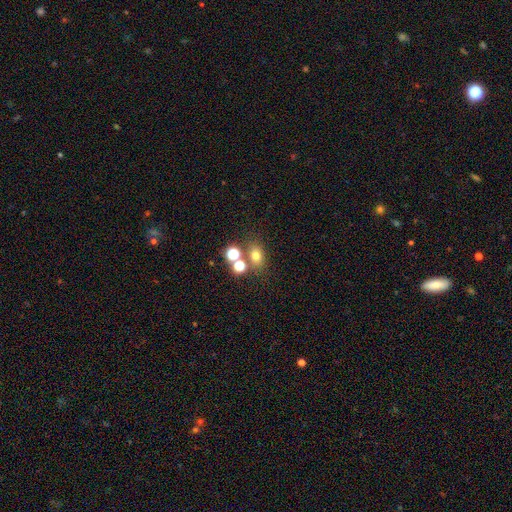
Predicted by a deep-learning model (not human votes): Smooth or featured?
  - smooth: 70% *
  - star or artifact: 19%
  - featured or disk: 11%
How rounded?
  - in between: 50% *
  - round: 48%
  - cigar-shaped: 2%
Merging?
  - none: 61% *
  - merger: 24%
  - minor disturbance: 10%
  - major disturbance: 5%